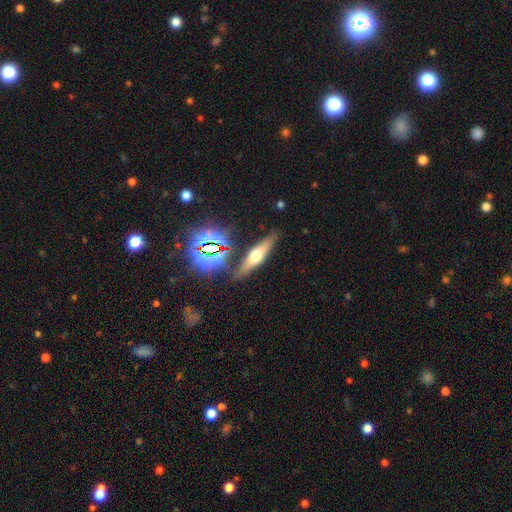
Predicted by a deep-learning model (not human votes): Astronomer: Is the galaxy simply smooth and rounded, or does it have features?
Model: featured or disk — 48% (runner-up: smooth, 38%).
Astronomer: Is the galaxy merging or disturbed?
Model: none — 83%.